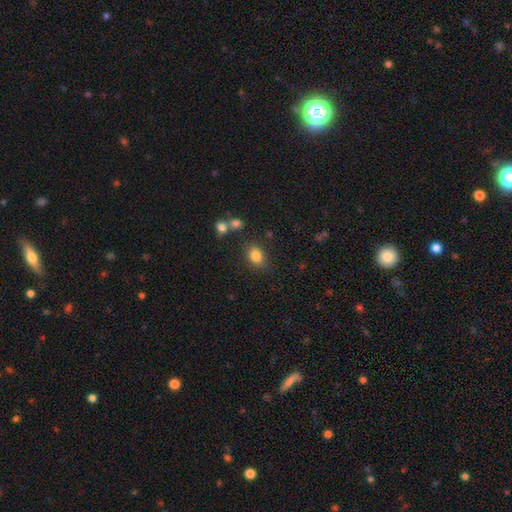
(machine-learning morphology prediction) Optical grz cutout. It shows a smooth galaxy with no disk features (83%) that is in between round and cigar-shaped (65%). Merging: none (77%).